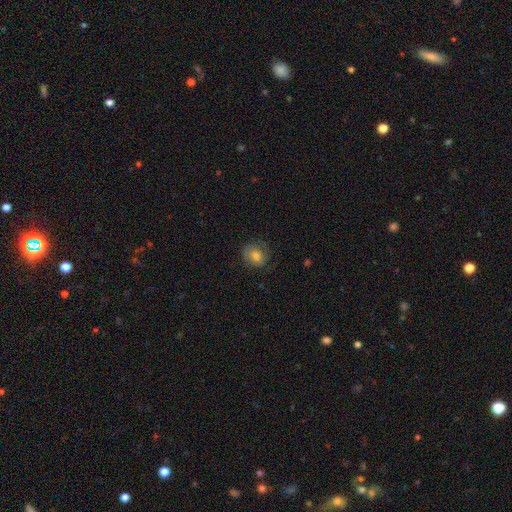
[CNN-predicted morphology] Smooth or featured? Predicted: smooth (p=0.68). How rounded? Predicted: round (p=0.70). Merging? Predicted: none (p=0.73).